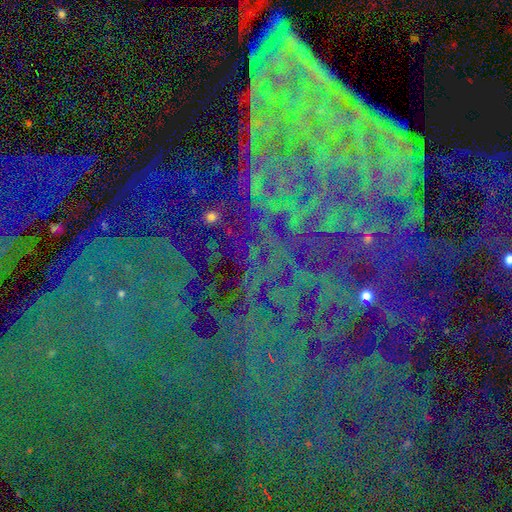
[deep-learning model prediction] Q: Smooth or featured?
A: star or artifact (83%); runner-up: featured or disk (9%)